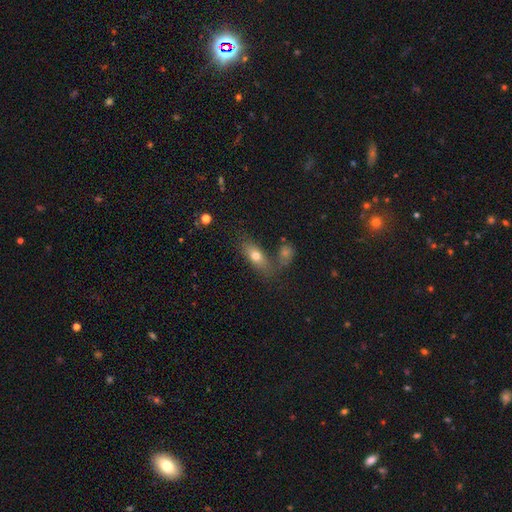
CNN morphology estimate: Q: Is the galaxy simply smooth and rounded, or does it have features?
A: smooth — 70%.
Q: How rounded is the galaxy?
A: in between — 77%.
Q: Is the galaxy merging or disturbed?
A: none — 61%.